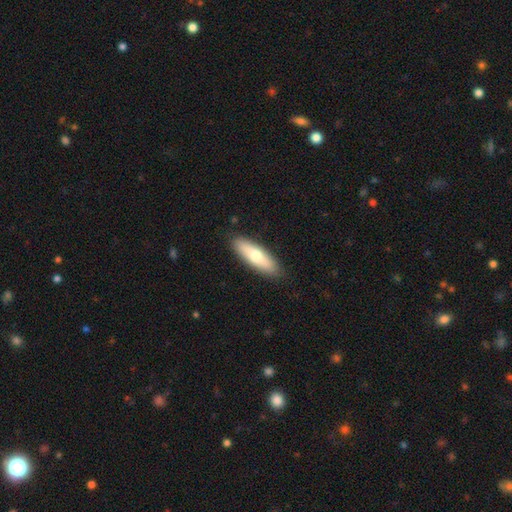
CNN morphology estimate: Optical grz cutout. It shows a smooth galaxy with no disk features (70%) that is cigar-shaped (52%). Merging: none (87%).